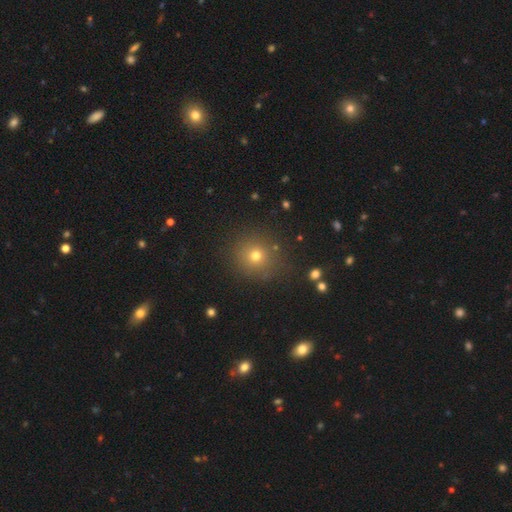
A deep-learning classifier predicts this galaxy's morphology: This is likely a smooth galaxy (70%). How rounded: clearly round (90%). Merging: clearly none (87%).